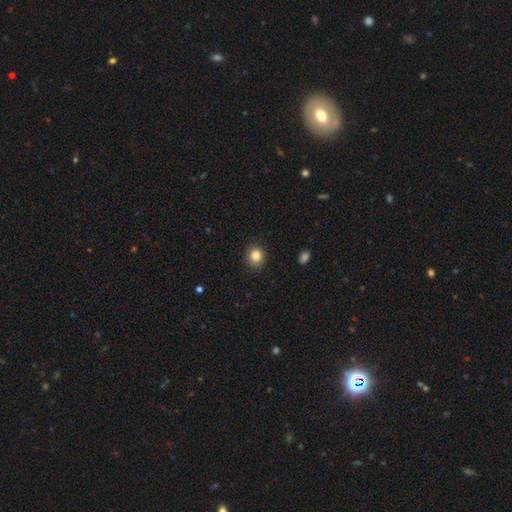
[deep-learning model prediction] smooth-or-featured: smooth: 85% | star or artifact: 10% | featured or disk: 5%
  how-rounded: round: 74% | in between: 25% | cigar-shaped: 1%
  merging: none: 85% | minor disturbance: 11% | major disturbance: 3% | merger: 1%